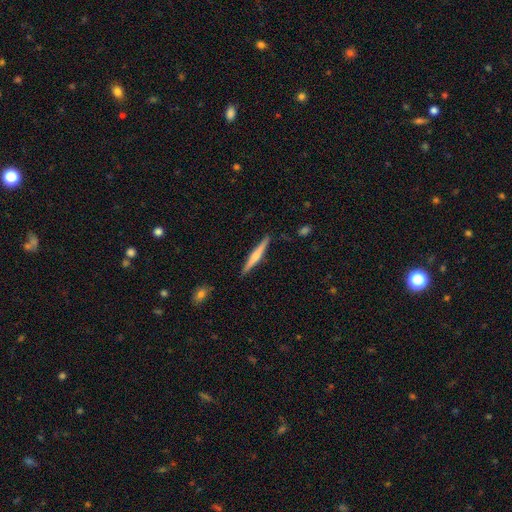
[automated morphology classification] Q: Smooth or featured?
A: featured or disk (52%); runner-up: smooth (43%)
Q: Edge-on disk?
A: yes (98%); runner-up: no (2%)
Q: Edge-on bulge?
A: rounded (64%); runner-up: none (24%)
Q: Merging?
A: none (90%); runner-up: minor disturbance (7%)